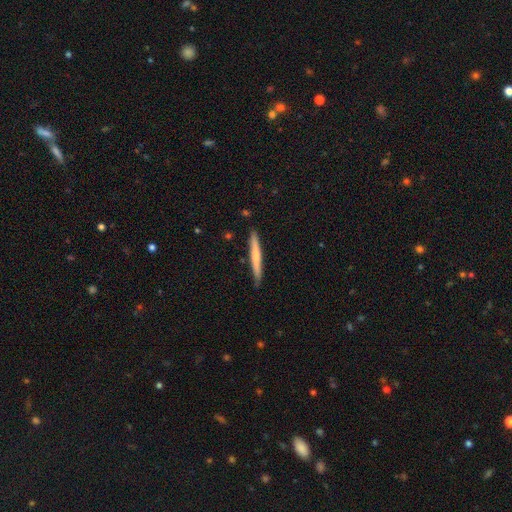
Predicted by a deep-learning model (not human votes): Morphology: type=smooth (57%); roundness=cigar-shaped (96%); merging=none (86%).